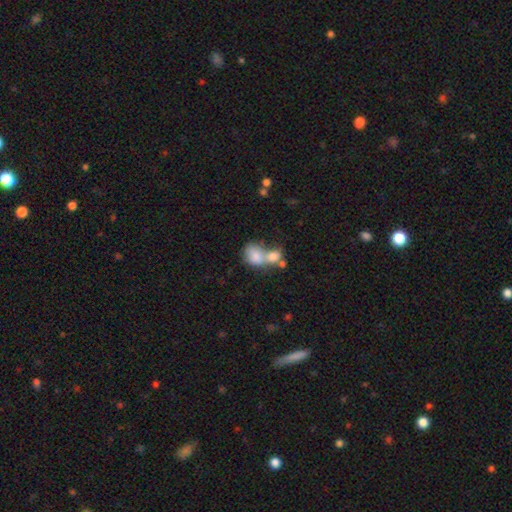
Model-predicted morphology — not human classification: Q: Smooth or featured?
A: smooth (76%); runner-up: featured or disk (16%)
Q: How rounded?
A: in between (63%); runner-up: round (35%)
Q: Merging?
A: merger (70%); runner-up: none (16%)